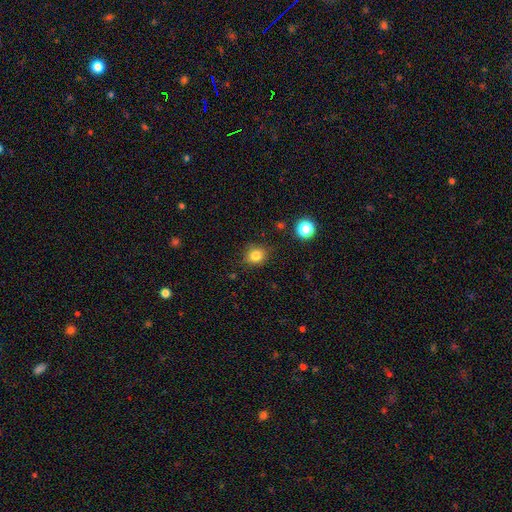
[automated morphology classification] Smooth or featured?
  - smooth: 82% *
  - star or artifact: 12%
  - featured or disk: 6%
How rounded?
  - round: 70% *
  - in between: 30%
  - cigar-shaped: 1%
Merging?
  - none: 84% *
  - minor disturbance: 11%
  - major disturbance: 3%
  - merger: 2%